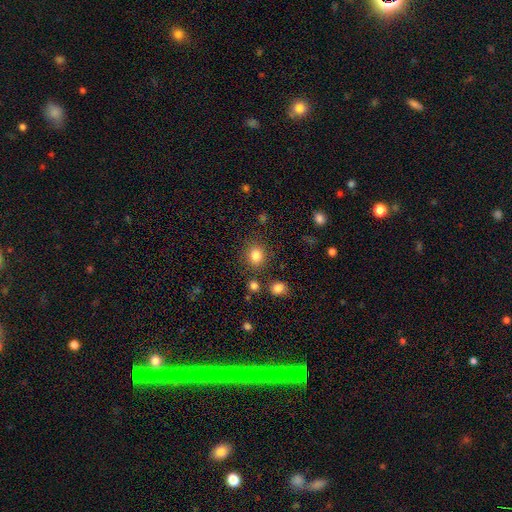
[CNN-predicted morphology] Smooth or featured: smooth — 82% (star or artifact — 12%)
How rounded: round — 79% (in between — 20%)
Merging: none — 85% (minor disturbance — 8%)